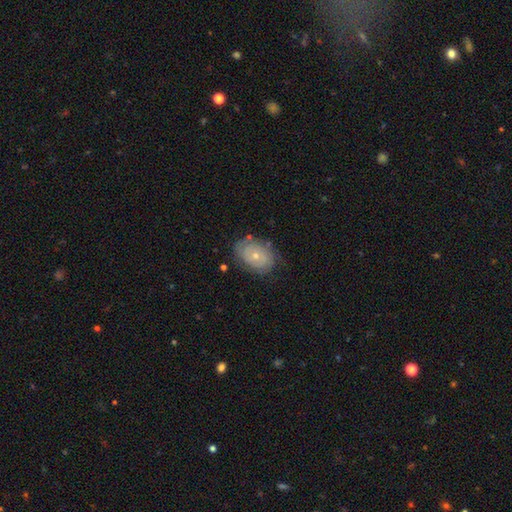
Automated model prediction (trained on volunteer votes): A featured or disk galaxy (56%) with no bar (86%), spiral arms (66%) and a small central bulge (63%). Merging: none (71%).